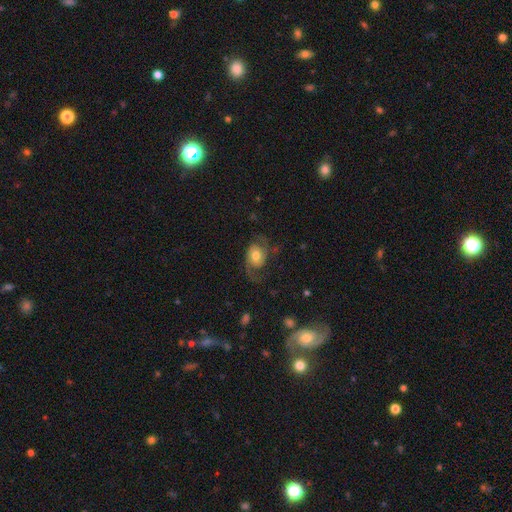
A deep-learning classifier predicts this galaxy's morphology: This appears to be a featured or disk galaxy (67%) with no bar (71%), 2 (80%) loose (48%) spiral arms (91%) and a moderate central bulge (65%). Merging: none (58%).